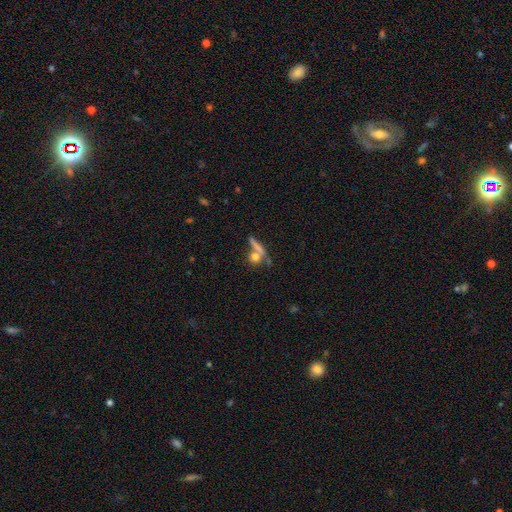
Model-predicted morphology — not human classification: Smooth or featured? Predicted: smooth (p=0.67). How rounded? Predicted: round (p=0.59). Merging? Predicted: none (p=0.57).